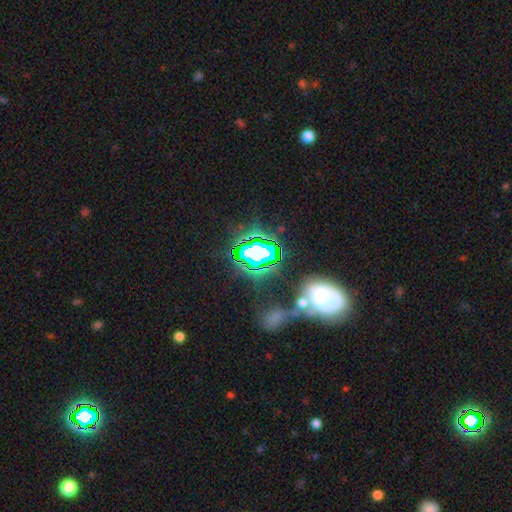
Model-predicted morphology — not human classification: The model was most divided on "smooth or featured": star or artifact: 68%, smooth: 19%, featured or disk: 13%.